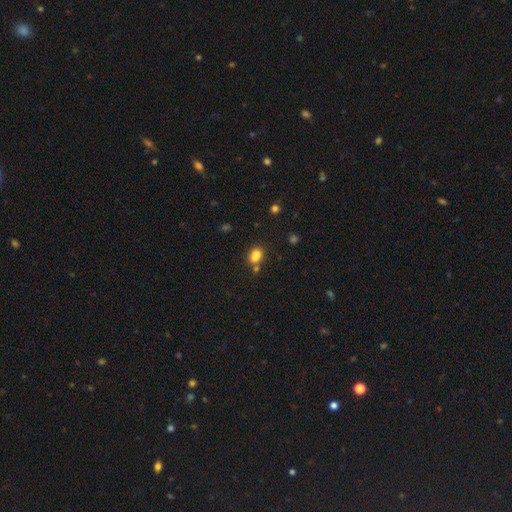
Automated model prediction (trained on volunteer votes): Smooth or featured? Predicted: smooth (p=0.79). How rounded? Predicted: in between (p=0.58). Merging? Predicted: none (p=0.47).